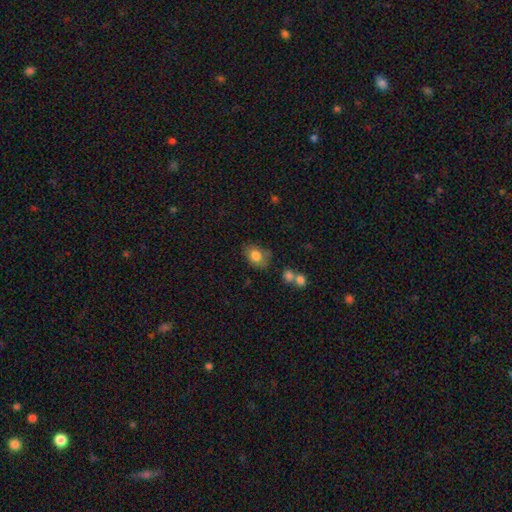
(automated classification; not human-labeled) This is clearly a smooth galaxy (81%). How rounded: likely in between (66%). Merging: likely none (61%).